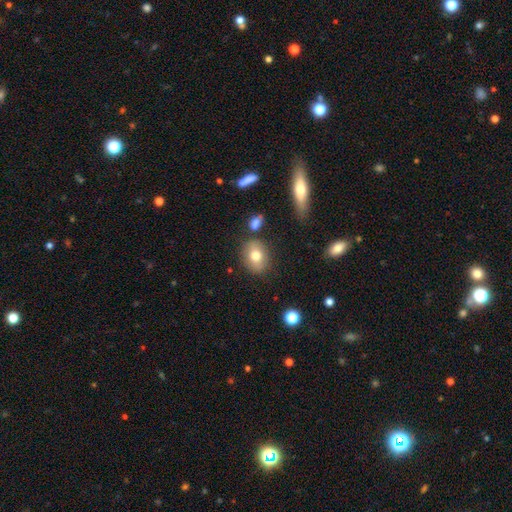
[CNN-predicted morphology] smooth 74%, featured or disk 17%, star or artifact 9%. Down the decision tree: how rounded — in between (55%); merging — none (79%).